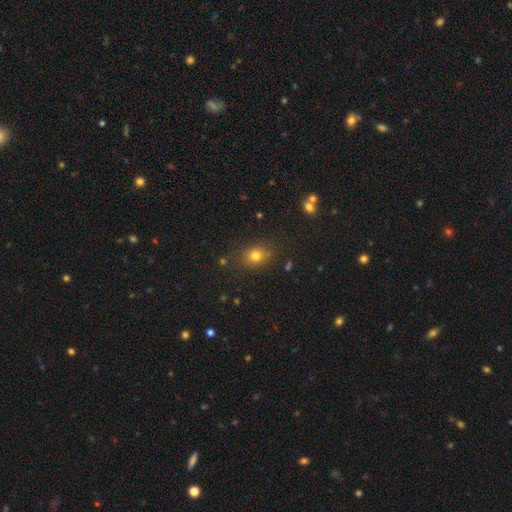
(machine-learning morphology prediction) Overall: smooth (76%). How rounded: round (59%; in between 40%). Merging: none (81%).